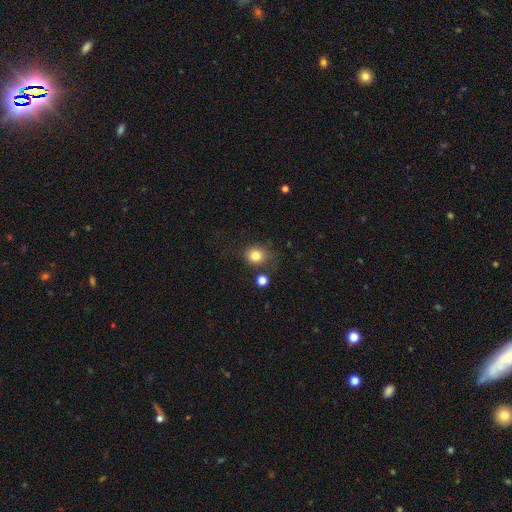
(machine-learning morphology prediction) This appears to be a smooth galaxy with no disk features (82%) that is round (79%). Merging: none (73%).